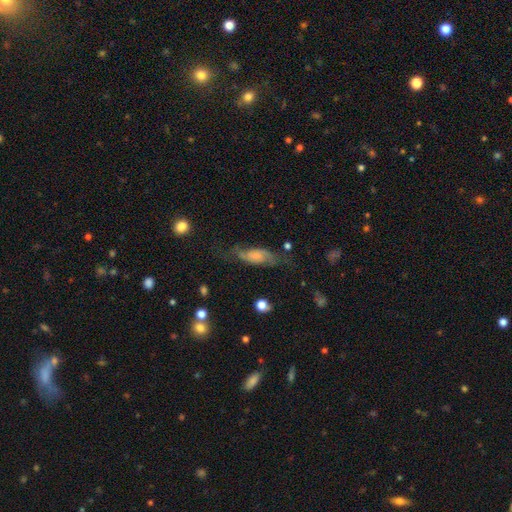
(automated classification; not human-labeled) featured or disk 50%, smooth 42%, star or artifact 9%. Down the decision tree: merging — none (50%).